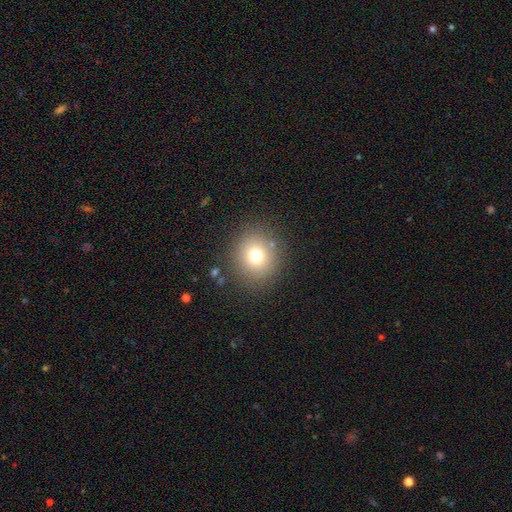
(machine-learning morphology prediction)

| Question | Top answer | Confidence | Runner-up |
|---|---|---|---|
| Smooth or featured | smooth | 73% | star or artifact (15%) |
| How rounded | round | 84% | in between (15%) |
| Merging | none | 85% | minor disturbance (8%) |